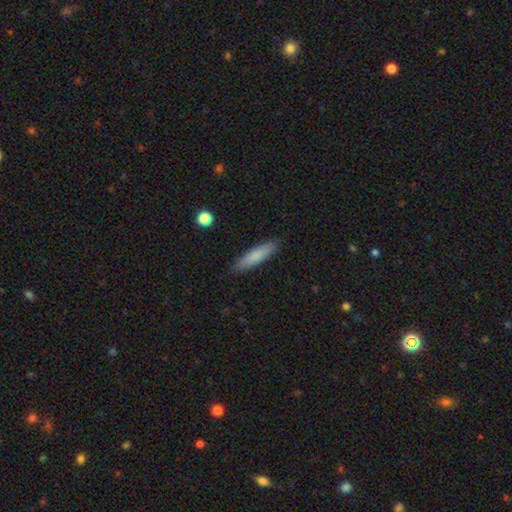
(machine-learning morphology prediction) Smooth or featured: smooth — 81% (featured or disk — 13%)
How rounded: cigar-shaped — 81% (in between — 18%)
Merging: none — 89% (minor disturbance — 8%)